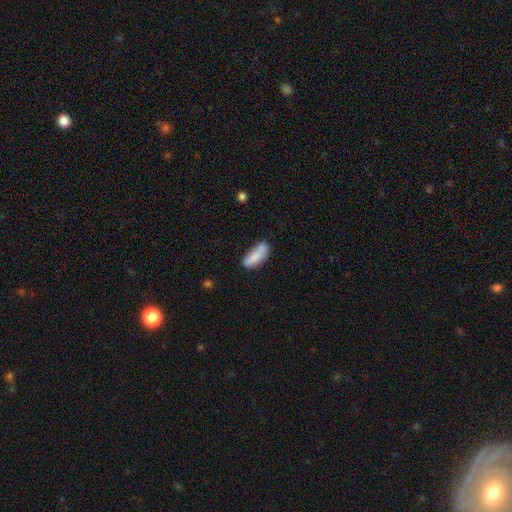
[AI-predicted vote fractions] Smooth or featured? Predicted: smooth (p=0.81). How rounded? Predicted: in between (p=0.60). Merging? Predicted: none (p=0.59).